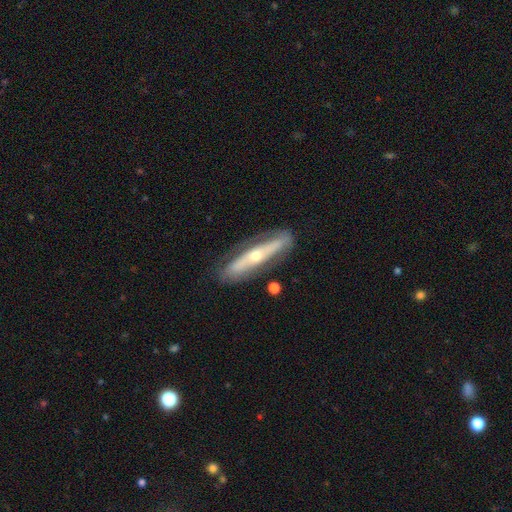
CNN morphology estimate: Q: Smooth or featured?
A: featured or disk (68%); runner-up: smooth (26%)
Q: Edge-on disk?
A: yes (61%); runner-up: no (39%)
Q: Merging?
A: none (78%); runner-up: minor disturbance (15%)